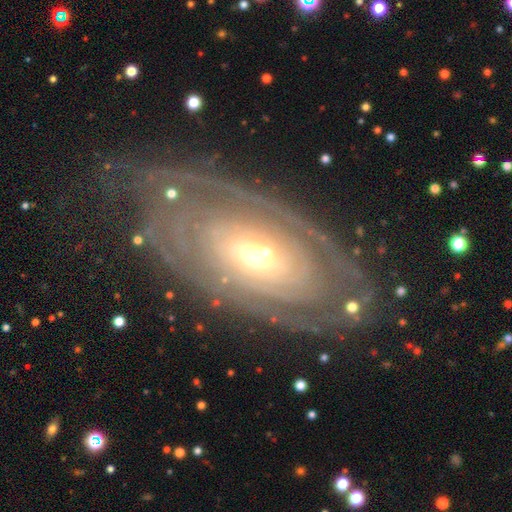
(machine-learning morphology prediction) The model was most divided on "bulge size": moderate: 58%, small: 29%, large: 10%, dominant: 2%, none: 1%. Remaining: edge-on disk — no (92%); spiral arms — yes (84%); smooth or featured — featured or disk (83%); spiral winding — tight (78%); merging — none (71%); bar — no (67%); spiral arm count — can't tell (49%).